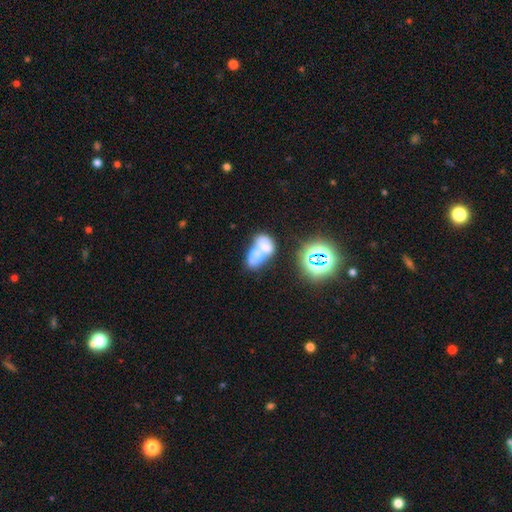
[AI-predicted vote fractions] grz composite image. It shows a smooth galaxy with no disk features (62%) that is in between round and cigar-shaped (84%). Merging: merger (73%).